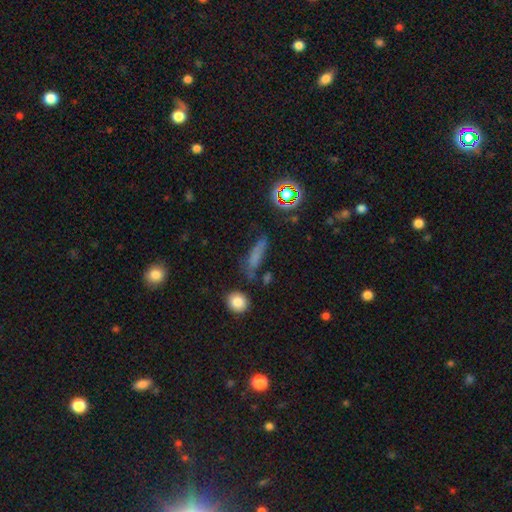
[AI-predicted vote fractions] A smooth galaxy with no disk features (60%) that is cigar-shaped (71%). Merging: none (64%).